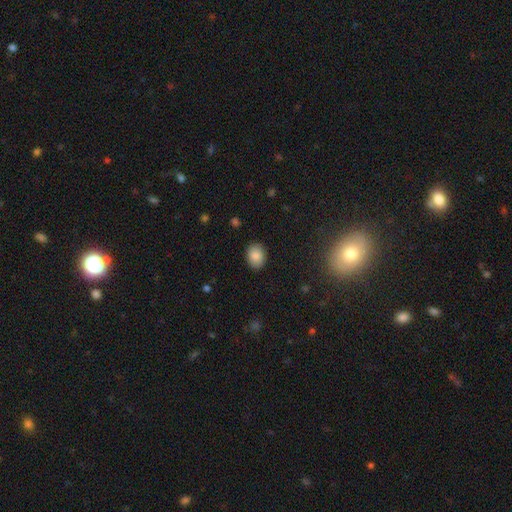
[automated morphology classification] Q: Smooth or featured?
A: smooth (87%); runner-up: star or artifact (8%)
Q: How rounded?
A: in between (63%); runner-up: round (36%)
Q: Merging?
A: none (88%); runner-up: minor disturbance (9%)